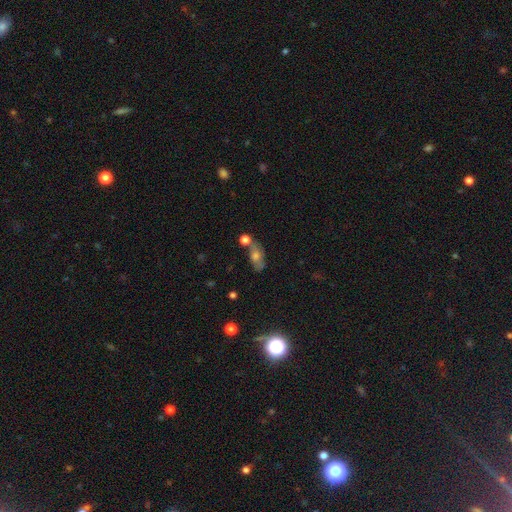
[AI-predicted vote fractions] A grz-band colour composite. It shows a smooth galaxy with no disk features (55%) that is in between round and cigar-shaped (80%). Merging: none (50%).